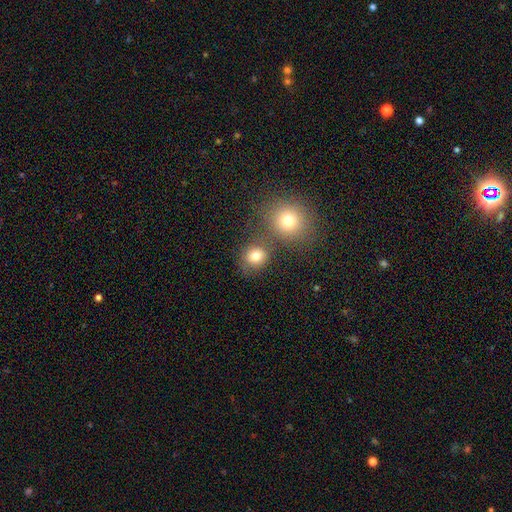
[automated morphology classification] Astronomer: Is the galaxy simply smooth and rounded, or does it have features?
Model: smooth — 78%.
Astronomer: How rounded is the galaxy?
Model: round — 80%.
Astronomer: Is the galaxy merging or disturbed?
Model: none — 65%.